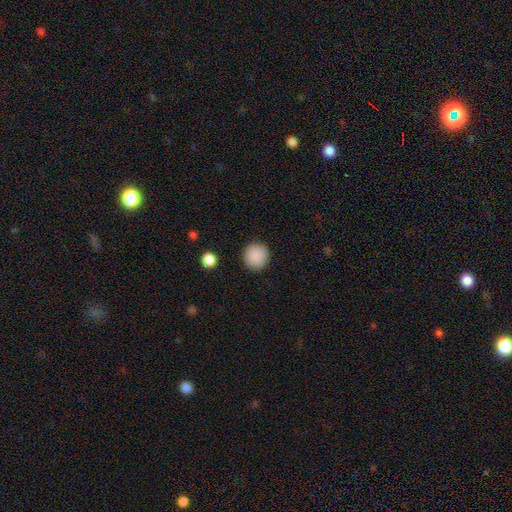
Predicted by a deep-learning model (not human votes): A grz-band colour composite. It shows a smooth galaxy with no disk features (89%) that is round (93%). Merging: none (91%).